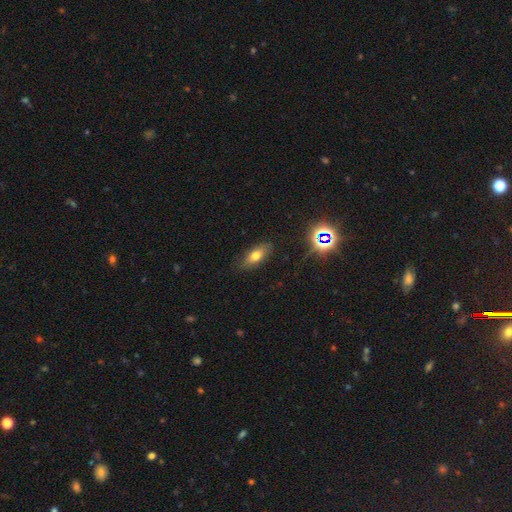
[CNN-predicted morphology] type=smooth (68%); roundness=in between (77%); merging=none (83%).